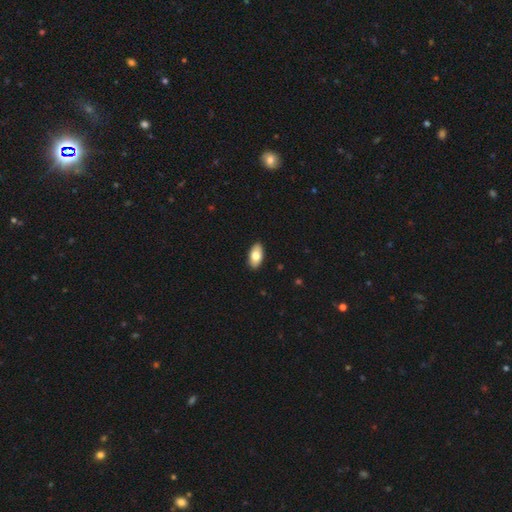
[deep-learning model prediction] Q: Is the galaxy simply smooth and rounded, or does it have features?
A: smooth — 78%.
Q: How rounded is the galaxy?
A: in between — 93%.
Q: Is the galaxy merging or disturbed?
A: none — 90%.